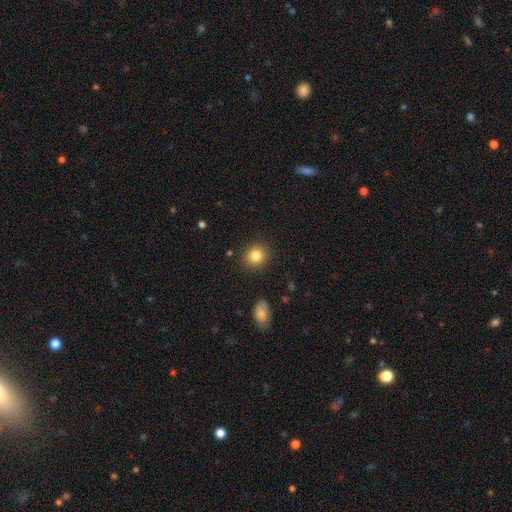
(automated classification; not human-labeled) The model was most divided on "how rounded": round: 81%, in between: 18%, cigar-shaped: 1%. More confident: merging — none (90%); smooth or featured — smooth (83%).